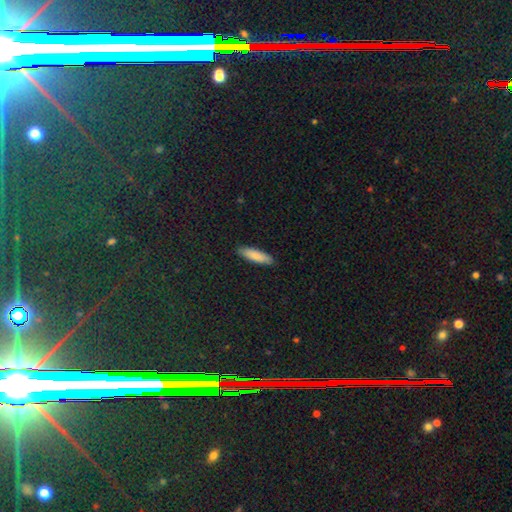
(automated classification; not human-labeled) This appears to be a smooth galaxy with no disk features (85%) that is cigar-shaped (66%). Merging: none (89%).